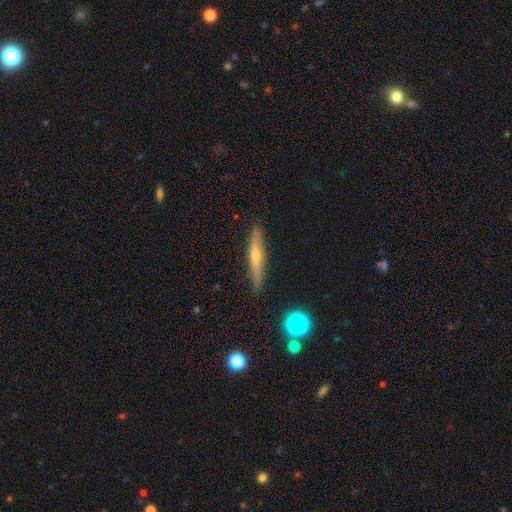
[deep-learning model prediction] The model was most divided on "smooth or featured": featured or disk: 56%, smooth: 37%, star or artifact: 8%. More confident: edge-on disk — yes (94%); merging — none (88%); edge-on bulge — rounded (73%).